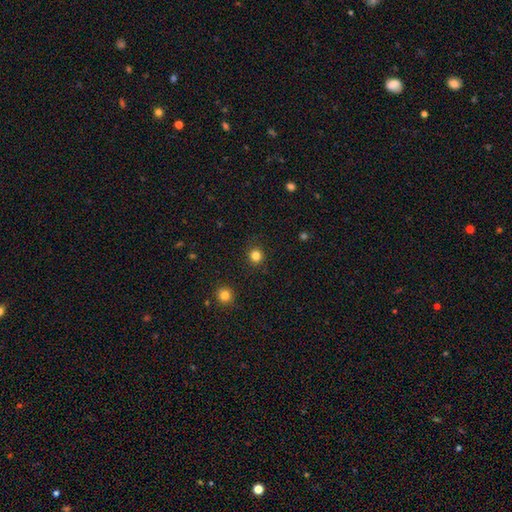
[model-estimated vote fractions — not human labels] smooth_or_featured: smooth (p=0.82) [alt: star or artifact p=0.14]
how_rounded: round (p=0.91) [alt: in between p=0.08]
merging: none (p=0.90) [alt: minor disturbance p=0.06]